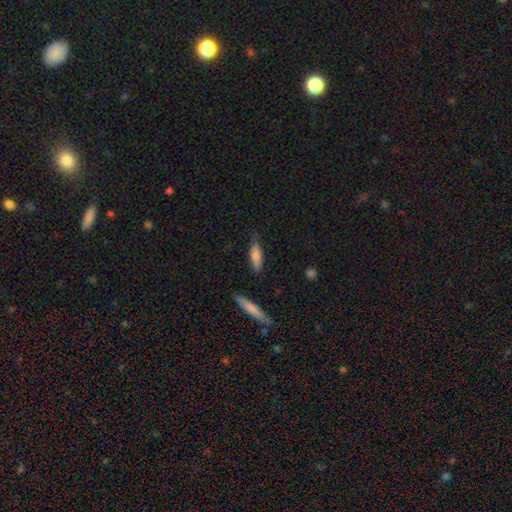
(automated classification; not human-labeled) The model was most divided on "how rounded": cigar-shaped: 54%, in between: 44%, round: 2%. More confident: smooth or featured — smooth (78%); merging — none (73%).